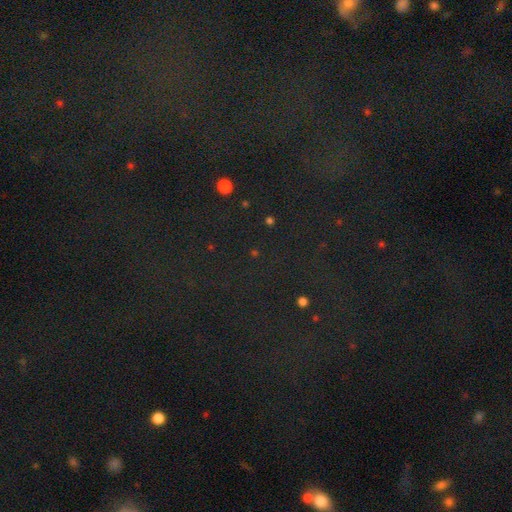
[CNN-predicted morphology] Smooth or featured?
  - star or artifact: 80% *
  - smooth: 12%
  - featured or disk: 9%